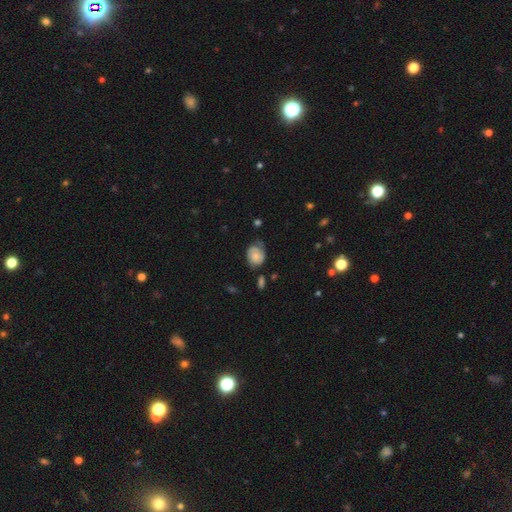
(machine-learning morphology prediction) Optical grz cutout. It shows a smooth galaxy with no disk features (48%). Merging: none (51%).